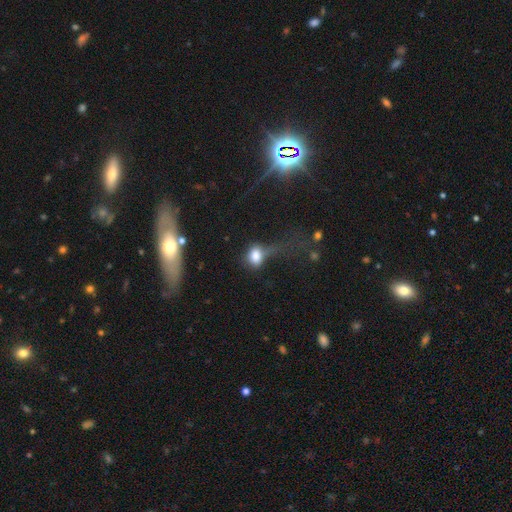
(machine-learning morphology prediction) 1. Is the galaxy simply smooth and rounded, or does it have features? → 77% smooth, 12% featured or disk, 11% star or artifact.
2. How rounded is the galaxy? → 62% in between, 35% round, 3% cigar-shaped.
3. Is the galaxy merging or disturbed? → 42% major disturbance, 26% none, 23% minor disturbance, 9% merger.